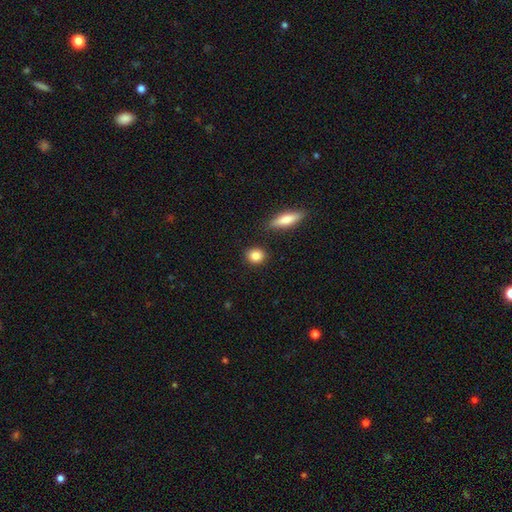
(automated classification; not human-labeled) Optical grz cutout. It shows a smooth galaxy with no disk features (85%) that is round (71%). Merging: none (86%).